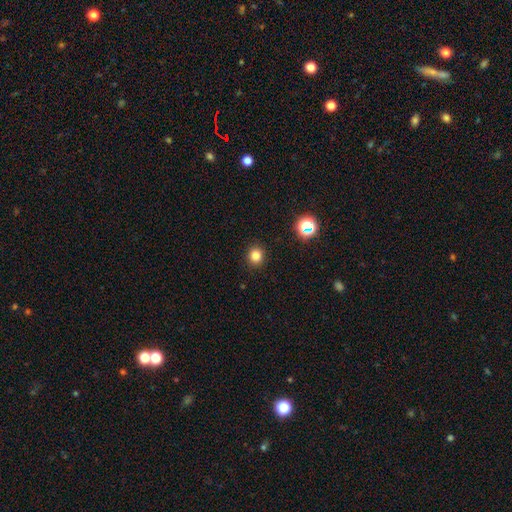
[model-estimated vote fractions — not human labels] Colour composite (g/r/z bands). It shows a smooth galaxy with no disk features (80%) that is round (85%). Merging: none (91%).